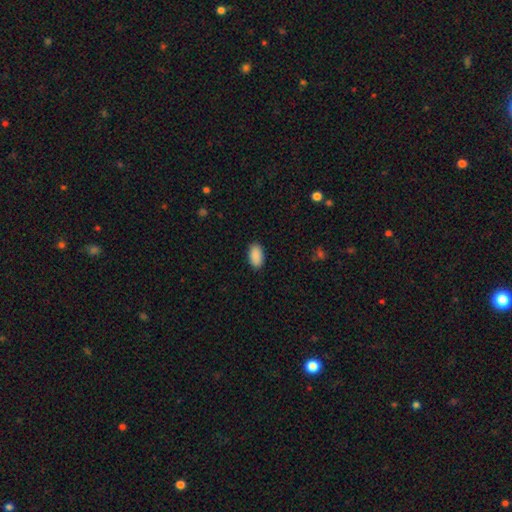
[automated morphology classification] A smooth galaxy with no disk features (91%) that is in between round and cigar-shaped (95%).

Vote fractions:
- Smooth or featured? smooth: 91% / star or artifact: 6% / featured or disk: 2%
- How rounded? in between: 95% / round: 3% / cigar-shaped: 2%
- Merging? none: 90% / minor disturbance: 7% / major disturbance: 2% / merger: 1%